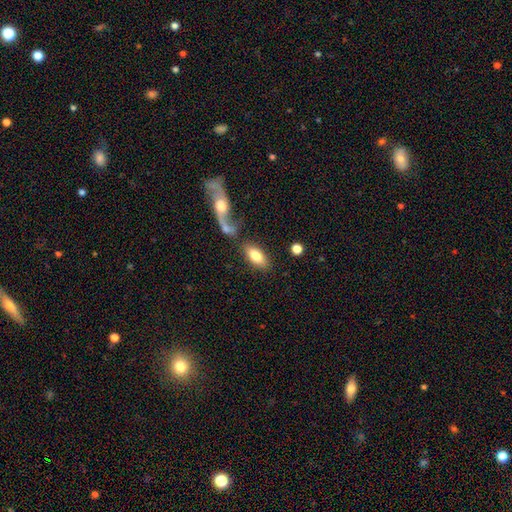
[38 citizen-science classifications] smooth-or-featured: smooth: 74% | featured or disk: 24% | star or artifact: 3%
  how-rounded: in between: 86% | cigar-shaped: 14% | round: 0%
  merging: none: 65% | merger: 27% | minor disturbance: 8% | major disturbance: 0%